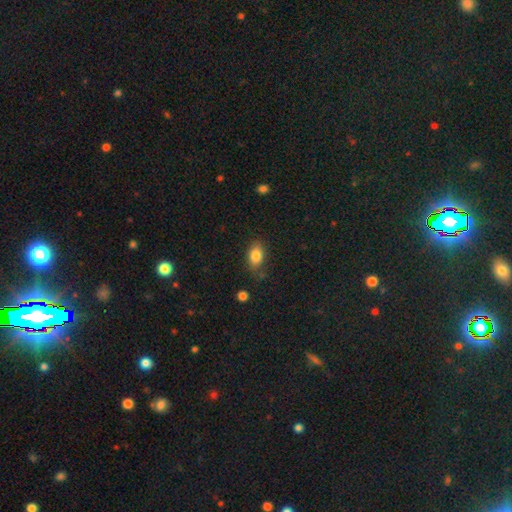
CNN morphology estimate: Smooth or featured? Predicted: smooth (p=0.83). How rounded? Predicted: in between (p=0.85). Merging? Predicted: none (p=0.73).